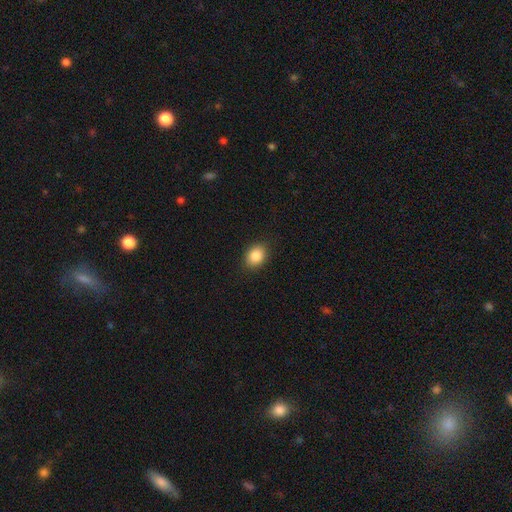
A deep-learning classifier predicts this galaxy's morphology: Q: Smooth or featured?
A: smooth (86%); runner-up: star or artifact (9%)
Q: How rounded?
A: in between (58%); runner-up: round (41%)
Q: Merging?
A: none (88%); runner-up: minor disturbance (9%)